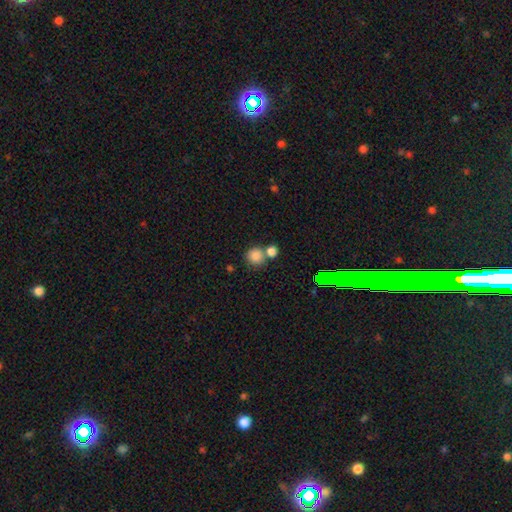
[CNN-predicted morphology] Smooth or featured?
  - smooth: 83% *
  - star or artifact: 11%
  - featured or disk: 6%
How rounded?
  - round: 89% *
  - in between: 10%
  - cigar-shaped: 1%
Merging?
  - none: 53% *
  - merger: 36%
  - minor disturbance: 8%
  - major disturbance: 3%